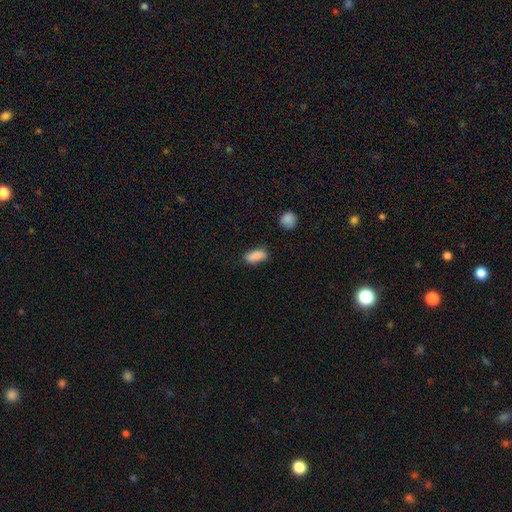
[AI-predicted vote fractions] The model was most divided on "merging": none: 78%, minor disturbance: 16%, major disturbance: 3%, merger: 3%. More confident: smooth or featured — smooth (88%); how rounded — in between (86%).